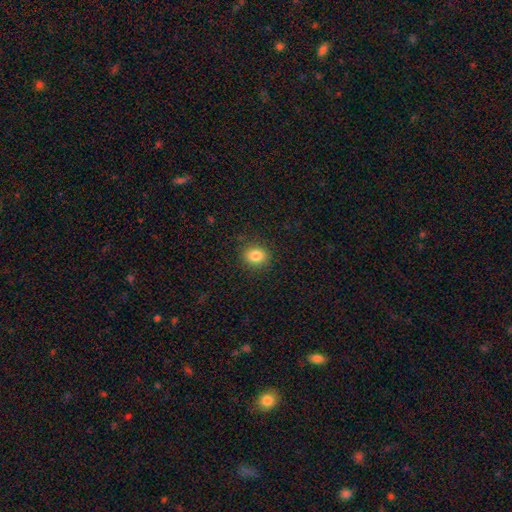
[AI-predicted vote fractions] Q: Smooth or featured?
A: smooth (84%); runner-up: star or artifact (11%)
Q: How rounded?
A: round (63%); runner-up: in between (36%)
Q: Merging?
A: none (88%); runner-up: minor disturbance (8%)